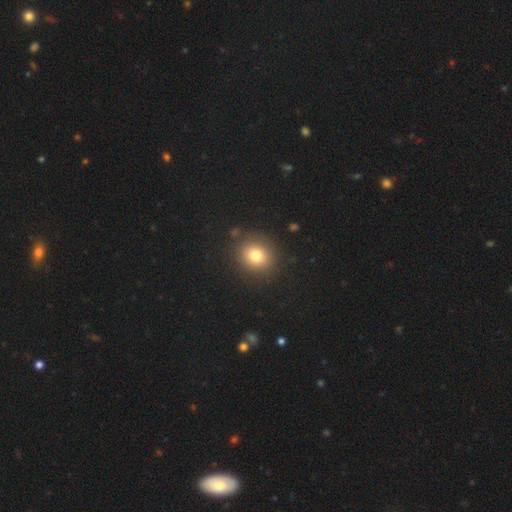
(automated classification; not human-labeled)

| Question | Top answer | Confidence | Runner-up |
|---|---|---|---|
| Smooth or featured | smooth | 79% | star or artifact (13%) |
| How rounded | round | 83% | in between (16%) |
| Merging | none | 87% | minor disturbance (8%) |